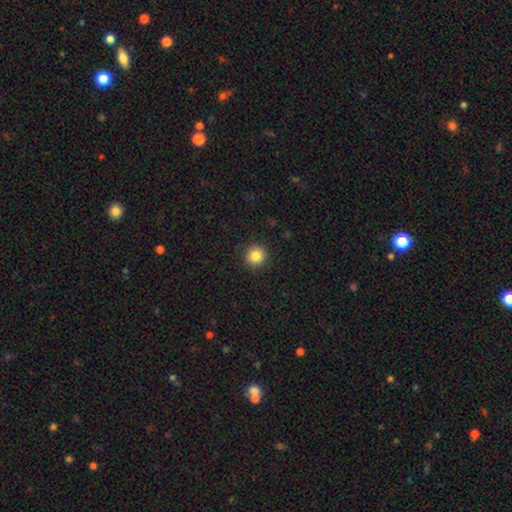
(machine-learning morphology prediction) Q: Smooth or featured?
A: smooth (84%); runner-up: star or artifact (11%)
Q: How rounded?
A: round (94%); runner-up: in between (5%)
Q: Merging?
A: none (92%); runner-up: minor disturbance (5%)